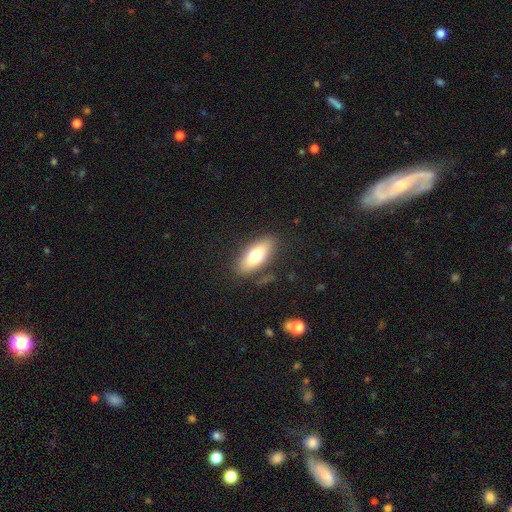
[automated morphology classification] smooth 71%, featured or disk 22%, star or artifact 7%. Down the decision tree: how rounded — in between (80%); merging — none (83%).